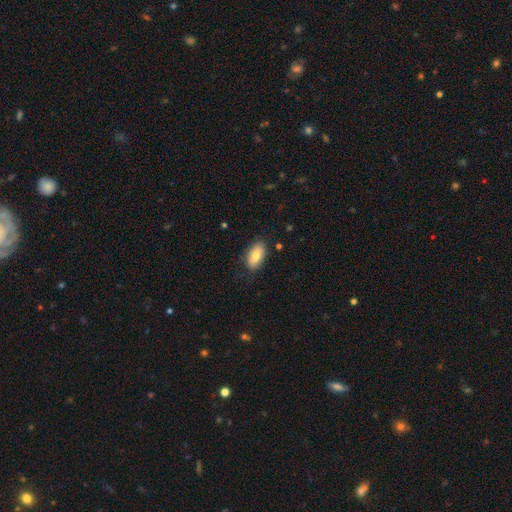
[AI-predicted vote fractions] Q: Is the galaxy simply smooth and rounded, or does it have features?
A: smooth — 77%.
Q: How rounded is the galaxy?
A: in between — 92%.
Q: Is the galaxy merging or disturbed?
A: none — 80%.